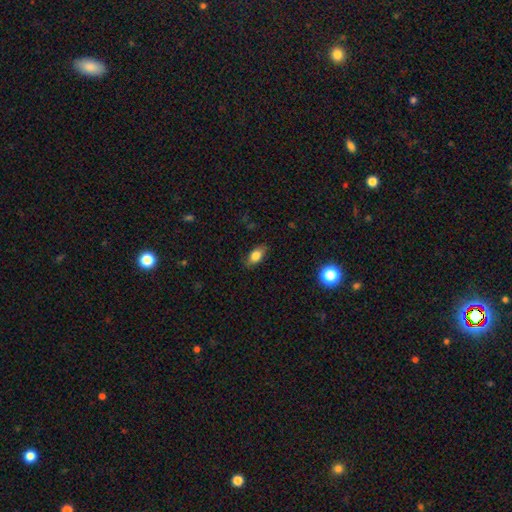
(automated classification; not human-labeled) Morphology: type=smooth (78%); roundness=in between (84%); merging=none (83%).